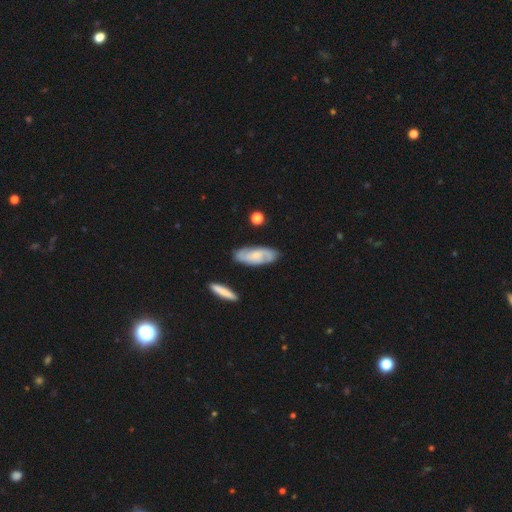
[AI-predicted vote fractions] This appears to be a featured or disk galaxy (64%) with no bar (58%), 2 (68%) medium (45%) spiral arms (93%) and a small central bulge (48%). Merging: none (81%).